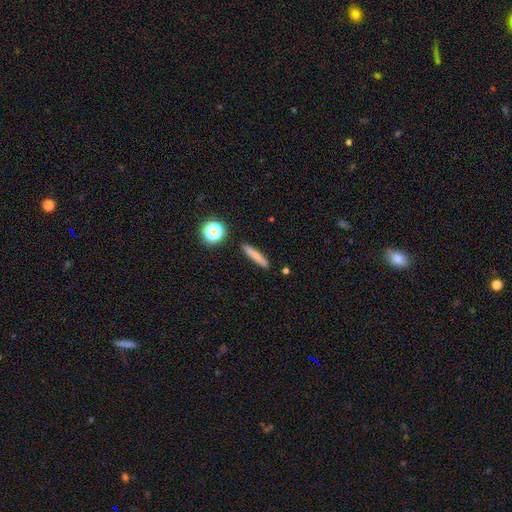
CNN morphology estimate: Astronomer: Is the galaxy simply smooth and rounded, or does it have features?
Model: smooth — 73%.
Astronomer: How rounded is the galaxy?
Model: cigar-shaped — 91%.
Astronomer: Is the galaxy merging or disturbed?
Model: none — 89%.